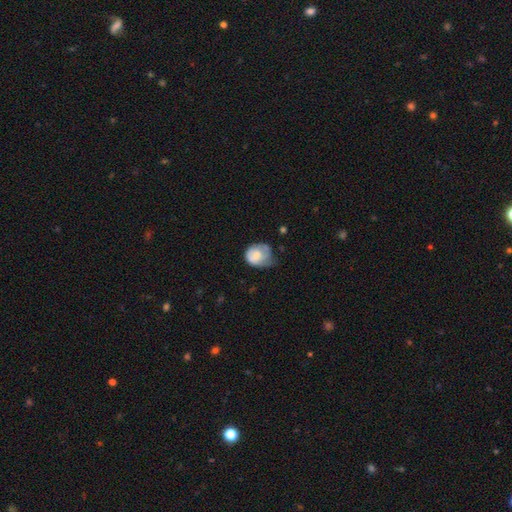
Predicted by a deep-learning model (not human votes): Q: Smooth or featured?
A: smooth (69%); runner-up: featured or disk (24%)
Q: How rounded?
A: round (59%); runner-up: in between (40%)
Q: Merging?
A: minor disturbance (45%); runner-up: none (27%)